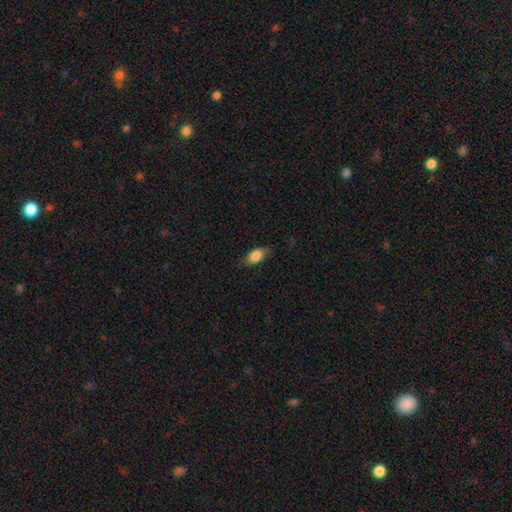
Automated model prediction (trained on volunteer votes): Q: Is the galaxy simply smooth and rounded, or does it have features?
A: smooth — 82%.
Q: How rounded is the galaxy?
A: in between — 86%.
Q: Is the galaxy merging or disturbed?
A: none — 75%.